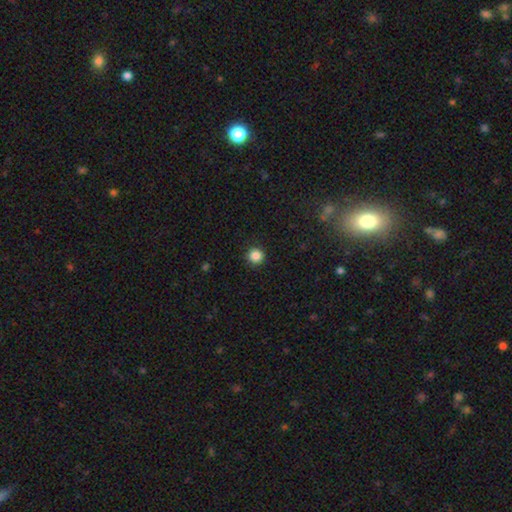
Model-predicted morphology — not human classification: type=smooth (86%); roundness=round (95%); merging=none (92%).